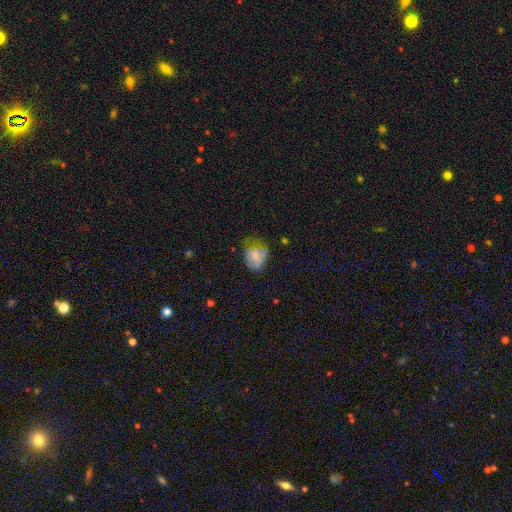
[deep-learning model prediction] The model was most divided on "merging": minor disturbance: 36%, none: 33%, major disturbance: 28%, merger: 3%. More confident: smooth or featured — smooth (63%); how rounded — in between (59%).